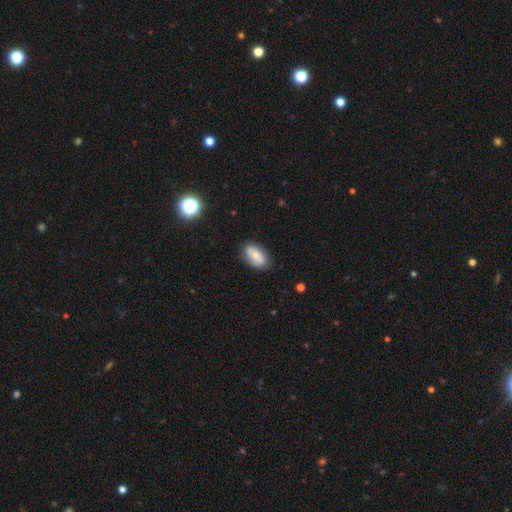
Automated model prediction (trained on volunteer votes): Smooth or featured: smooth — 67% (featured or disk — 25%)
How rounded: in between — 90% (round — 5%)
Merging: none — 79% (minor disturbance — 16%)